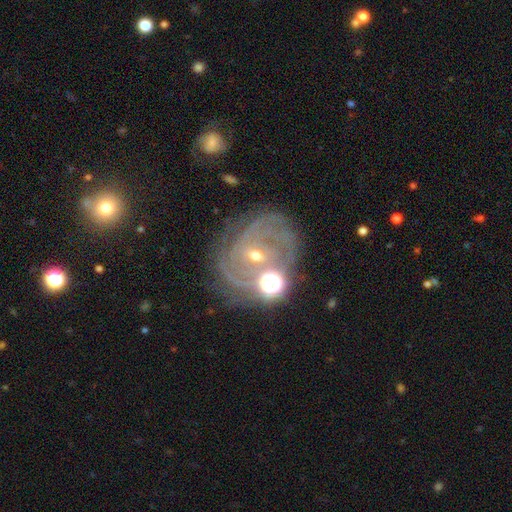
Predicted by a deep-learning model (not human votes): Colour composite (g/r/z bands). It shows a featured or disk galaxy (77%) with no bar (53%), tight (56%) spiral arms (83%) and a small central bulge (47%). Merging: none (42%).